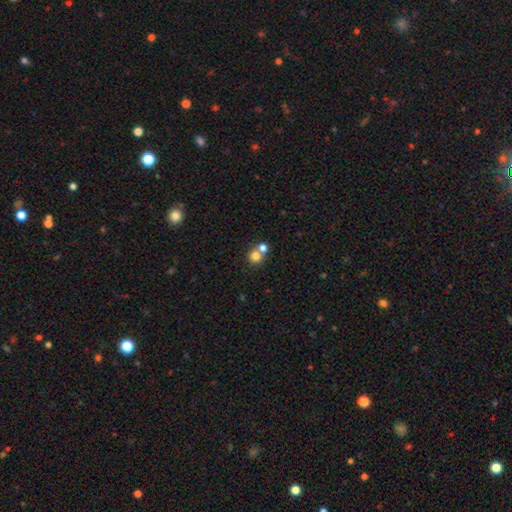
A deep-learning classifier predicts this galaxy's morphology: smooth_or_featured: smooth (p=0.78) [alt: star or artifact p=0.12]
how_rounded: round (p=0.86) [alt: in between p=0.13]
merging: none (p=0.47) [alt: merger p=0.45]